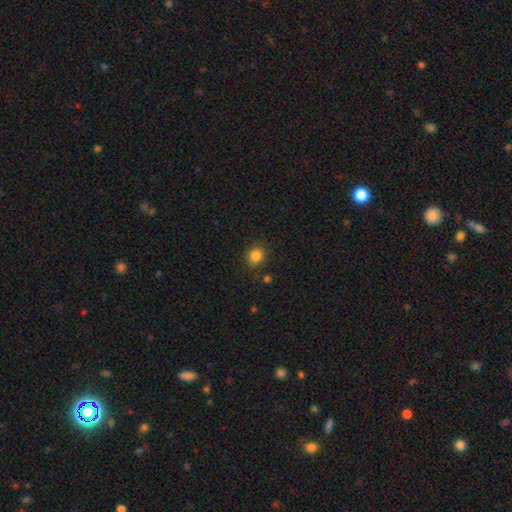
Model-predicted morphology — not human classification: Overall: smooth (84%). How rounded: round (77%). Merging: none (87%).